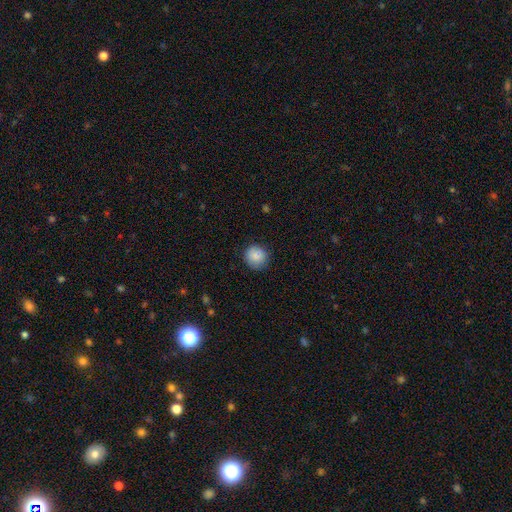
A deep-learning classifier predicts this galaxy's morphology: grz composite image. It shows a smooth galaxy with no disk features (86%) that is round (90%). Merging: none (84%).